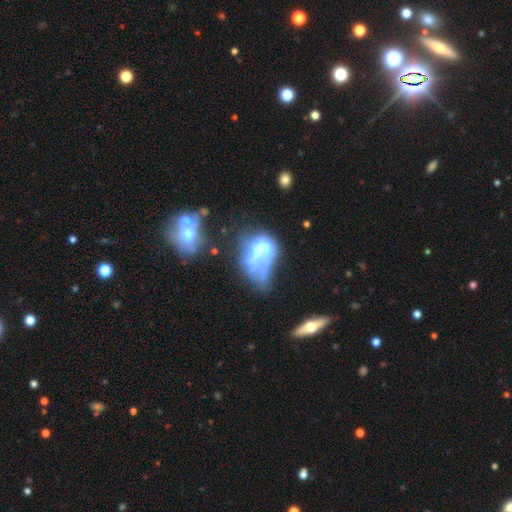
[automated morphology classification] Overall: featured or disk (47%; smooth 38%). Merging: major disturbance (40%; merger 29%).